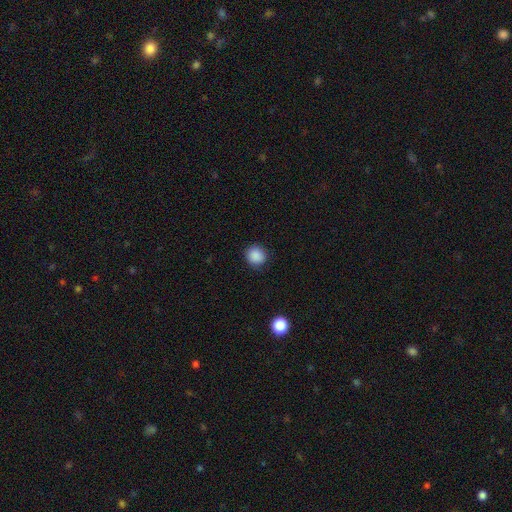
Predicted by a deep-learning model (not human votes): smooth 88%, star or artifact 10%, featured or disk 2%. Down the decision tree: how rounded — round (89%); merging — none (89%).